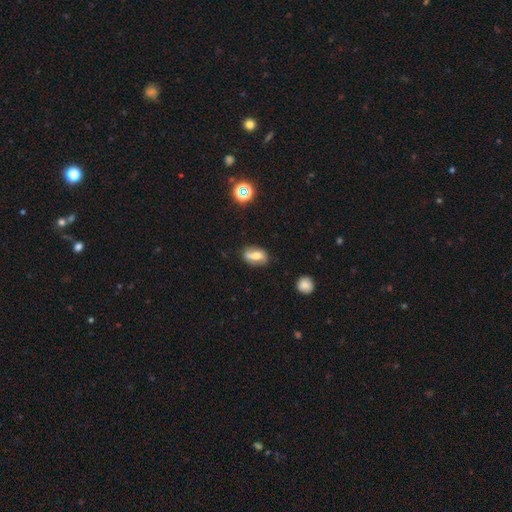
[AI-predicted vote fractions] A smooth galaxy with no disk features (48%).

Vote fractions:
- Smooth or featured? smooth: 48% / featured or disk: 42% / star or artifact: 10%
- Merging? none: 74% / minor disturbance: 17% / merger: 5% / major disturbance: 4%